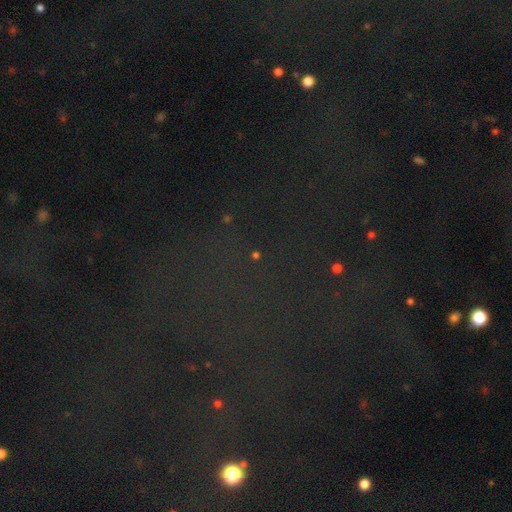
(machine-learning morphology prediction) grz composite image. It shows a star or artifact, not a galaxy (72%).